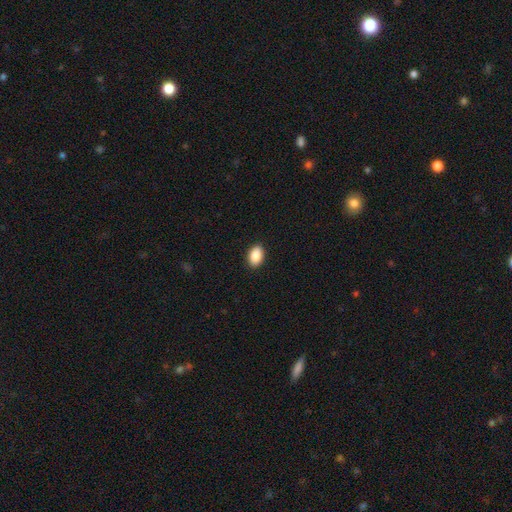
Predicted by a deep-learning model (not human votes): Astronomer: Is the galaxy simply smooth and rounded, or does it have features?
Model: smooth — 88%.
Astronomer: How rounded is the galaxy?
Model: in between — 88%.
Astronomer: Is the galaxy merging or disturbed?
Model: none — 91%.